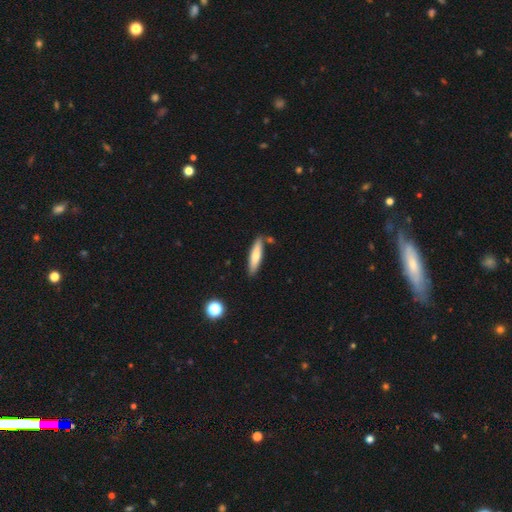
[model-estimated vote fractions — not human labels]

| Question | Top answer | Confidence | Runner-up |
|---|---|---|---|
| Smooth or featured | smooth | 67% | featured or disk (27%) |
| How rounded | cigar-shaped | 79% | in between (20%) |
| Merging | none | 82% | minor disturbance (11%) |